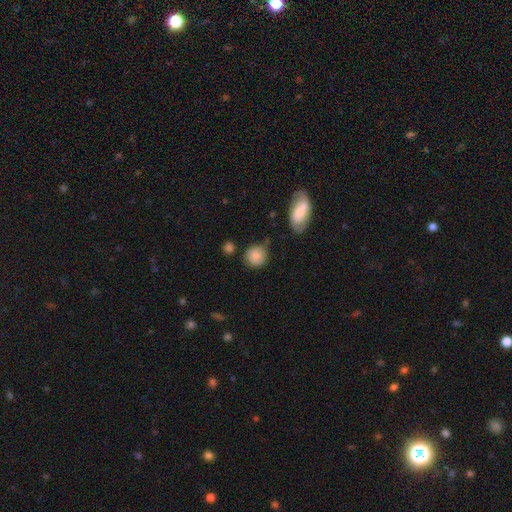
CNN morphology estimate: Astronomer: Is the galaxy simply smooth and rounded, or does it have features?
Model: smooth — 84%.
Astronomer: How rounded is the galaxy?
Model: round — 81%.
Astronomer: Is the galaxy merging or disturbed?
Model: none — 70%.